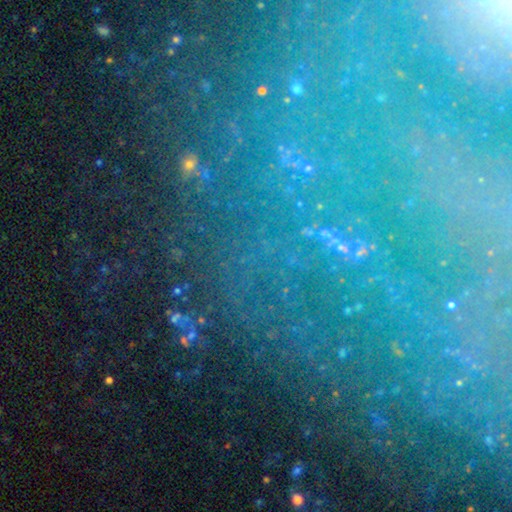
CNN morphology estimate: Smooth or featured: star or artifact — 63% (featured or disk — 24%)